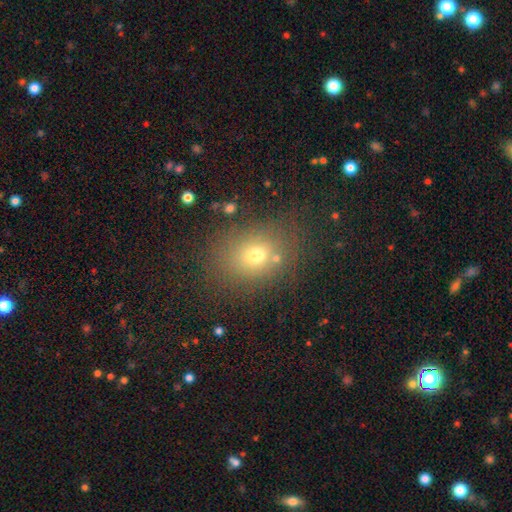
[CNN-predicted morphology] A smooth galaxy with no disk features (68%) that is in between round and cigar-shaped (51%). Merging: none (74%).